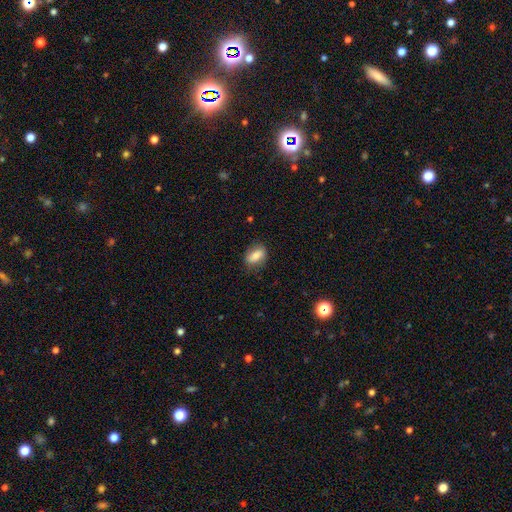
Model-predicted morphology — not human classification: Smooth or featured? smooth (79%)
How rounded? in between (83%)
Merging? none (78%)